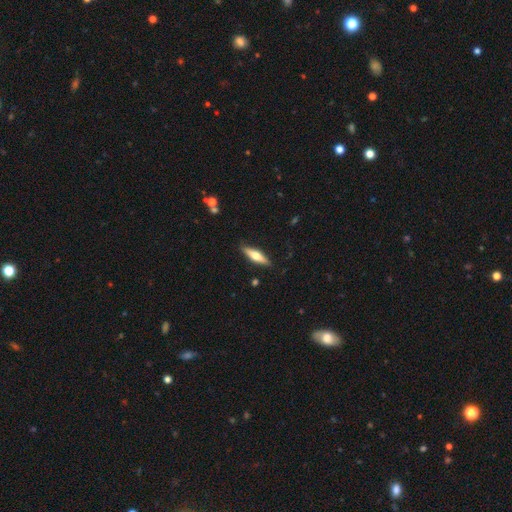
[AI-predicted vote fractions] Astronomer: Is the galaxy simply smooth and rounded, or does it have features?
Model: smooth — 47%, tied with featured or disk at 47%.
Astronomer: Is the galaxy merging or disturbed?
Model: none — 87%.